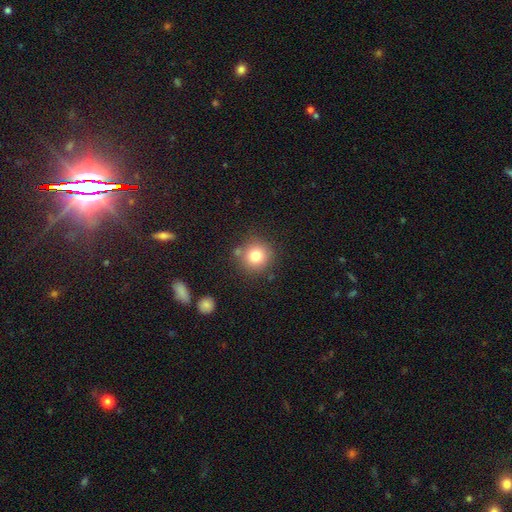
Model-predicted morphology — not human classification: This appears to be a smooth galaxy with no disk features (79%) that is round (91%). Merging: none (78%).